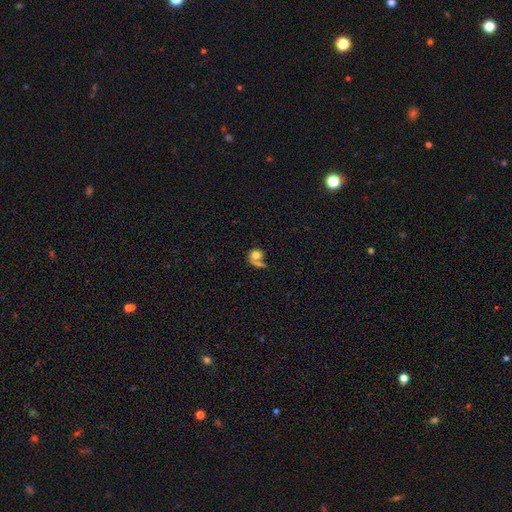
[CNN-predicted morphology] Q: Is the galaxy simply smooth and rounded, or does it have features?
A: smooth — 66%.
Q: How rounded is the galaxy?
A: round — 70%.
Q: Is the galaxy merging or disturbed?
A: none — 37%.